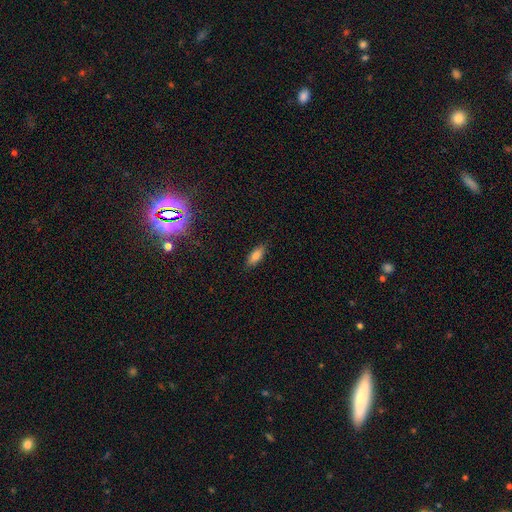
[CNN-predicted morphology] A smooth galaxy with no disk features (80%) that is in between round and cigar-shaped (75%). Merging: none (85%).